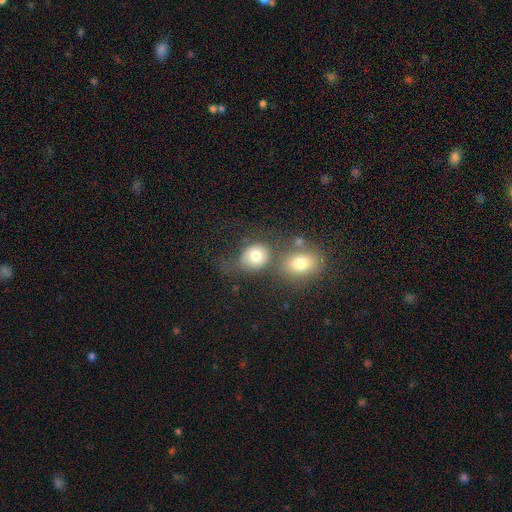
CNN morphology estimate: Smooth or featured?
  - smooth: 75% *
  - featured or disk: 15%
  - star or artifact: 9%
How rounded?
  - round: 61% *
  - in between: 38%
  - cigar-shaped: 1%
Merging?
  - none: 45% *
  - merger: 27%
  - minor disturbance: 17%
  - major disturbance: 11%